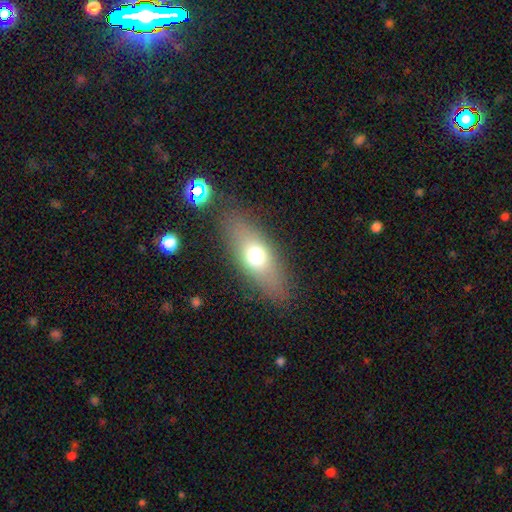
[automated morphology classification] Smooth or featured? smooth (66%)
How rounded? in between (70%)
Merging? none (83%)